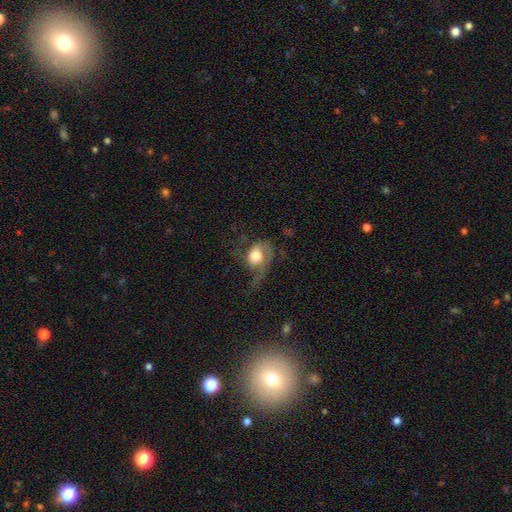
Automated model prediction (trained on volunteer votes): Smooth or featured?
  - featured or disk: 57% *
  - smooth: 35%
  - star or artifact: 8%
Edge-on disk?
  - no: 96% *
  - yes: 4%
Bar?
  - no: 76% *
  - weak: 20%
  - strong: 4%
Spiral arms?
  - yes: 80% *
  - no: 20%
Bulge size?
  - large: 51% *
  - moderate: 28%
  - dominant: 14%
  - small: 4%
  - none: 3%
Merging?
  - major disturbance: 47% *
  - none: 29%
  - minor disturbance: 21%
  - merger: 3%